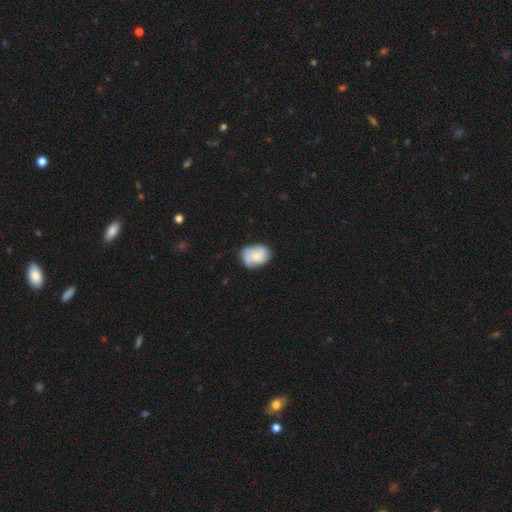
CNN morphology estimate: smooth_or_featured: smooth (p=0.60) [alt: featured or disk p=0.33]
how_rounded: in between (p=0.63) [alt: round p=0.36]
merging: none (p=0.66) [alt: minor disturbance p=0.25]